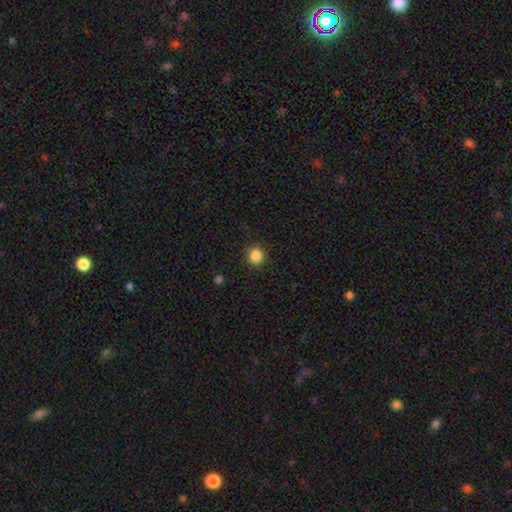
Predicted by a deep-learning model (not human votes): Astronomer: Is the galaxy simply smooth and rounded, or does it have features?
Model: smooth — 86%.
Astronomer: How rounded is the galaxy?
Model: round — 92%.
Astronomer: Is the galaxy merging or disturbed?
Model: none — 91%.